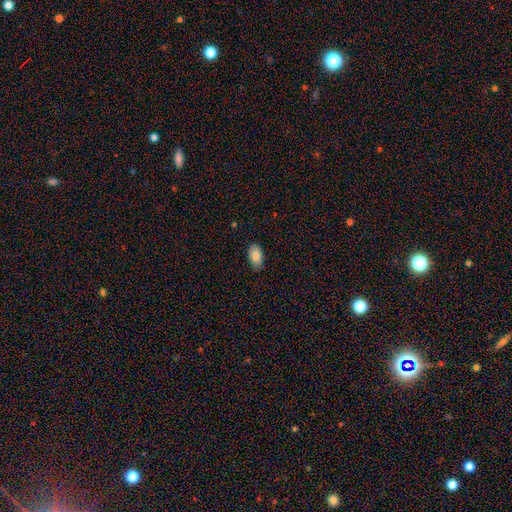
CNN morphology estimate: Smooth or featured? Predicted: smooth (p=0.84). How rounded? Predicted: in between (p=0.93). Merging? Predicted: none (p=0.82).